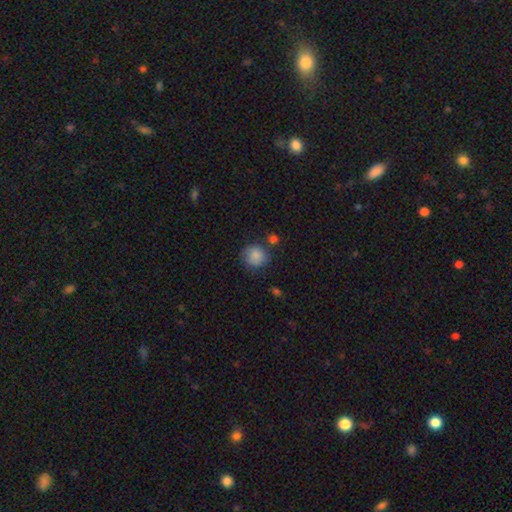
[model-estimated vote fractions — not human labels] Smooth or featured? Predicted: smooth (p=0.86). How rounded? Predicted: round (p=0.86). Merging? Predicted: none (p=0.72).